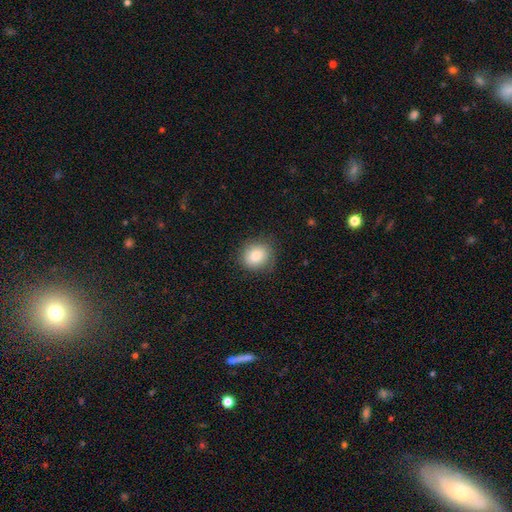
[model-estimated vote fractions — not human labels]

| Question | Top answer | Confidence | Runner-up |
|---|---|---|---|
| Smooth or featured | smooth | 82% | featured or disk (9%) |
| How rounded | round | 74% | in between (25%) |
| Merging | none | 79% | minor disturbance (15%) |